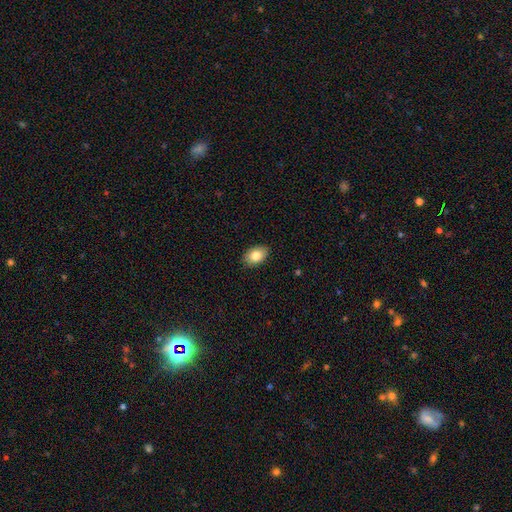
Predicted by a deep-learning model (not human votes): This appears to be a smooth galaxy with no disk features (81%) that is in between round and cigar-shaped (85%). Merging: none (88%).